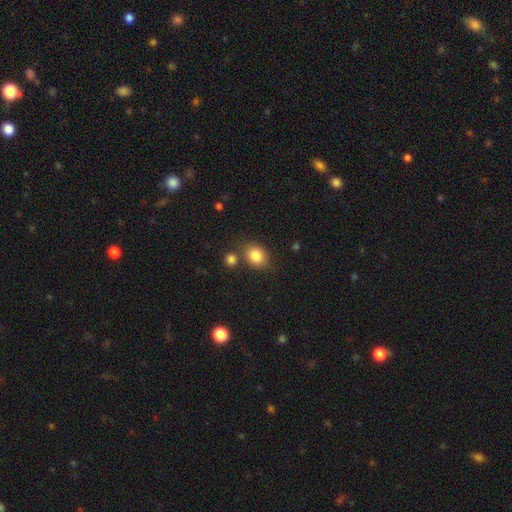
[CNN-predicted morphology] Q: Smooth or featured?
A: smooth (84%); runner-up: star or artifact (9%)
Q: How rounded?
A: in between (51%); runner-up: round (48%)
Q: Merging?
A: none (69%); runner-up: merger (13%)